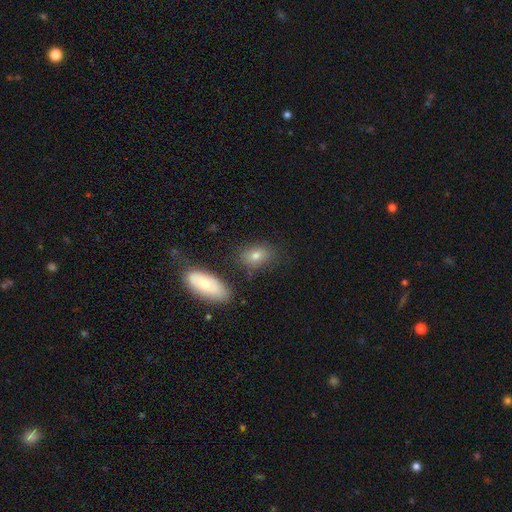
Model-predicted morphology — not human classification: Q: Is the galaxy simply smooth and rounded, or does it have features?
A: smooth — 74%.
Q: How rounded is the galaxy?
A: in between — 80%.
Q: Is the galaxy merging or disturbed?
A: none — 72%.